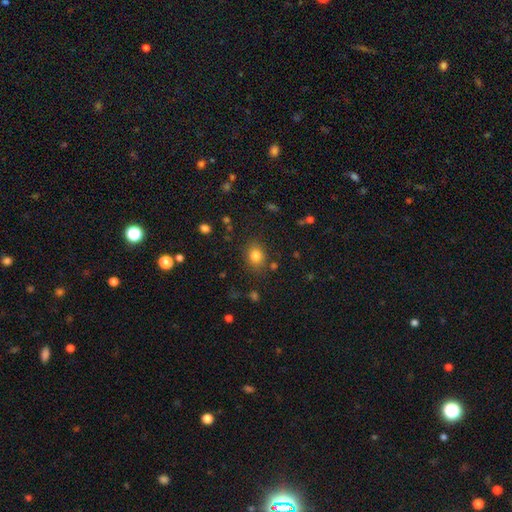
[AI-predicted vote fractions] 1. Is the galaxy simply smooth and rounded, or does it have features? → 81% smooth, 12% star or artifact, 7% featured or disk.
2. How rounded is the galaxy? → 55% round, 44% in between, 1% cigar-shaped.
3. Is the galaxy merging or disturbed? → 82% none, 12% minor disturbance, 4% major disturbance, 3% merger.